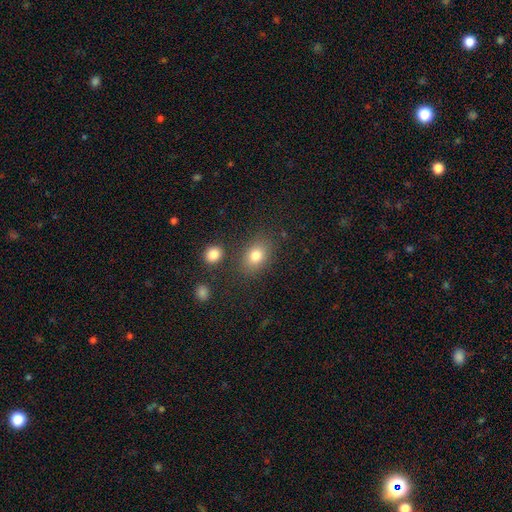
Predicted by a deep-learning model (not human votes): smooth-or-featured: smooth: 80% | star or artifact: 11% | featured or disk: 9%
  how-rounded: in between: 71% | round: 27% | cigar-shaped: 2%
  merging: none: 79% | minor disturbance: 11% | merger: 6% | major disturbance: 4%